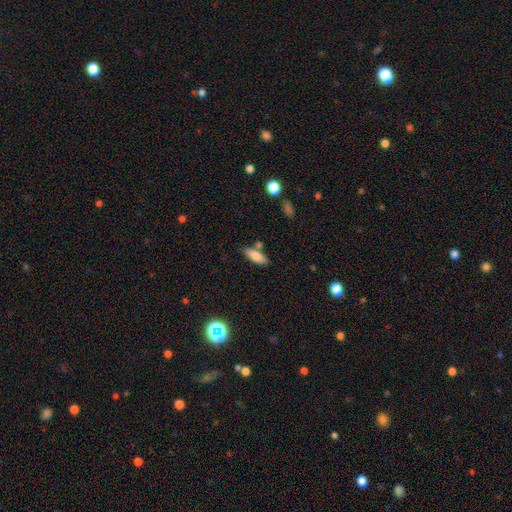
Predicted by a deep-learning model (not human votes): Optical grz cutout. It shows a smooth galaxy with no disk features (80%) that is in between round and cigar-shaped (72%). Merging: none (70%).